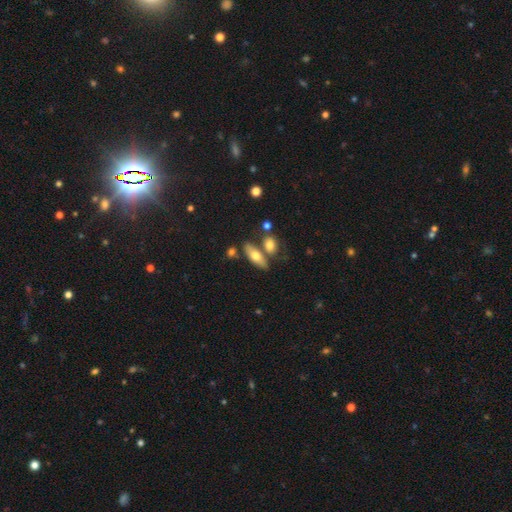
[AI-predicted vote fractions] A smooth galaxy with no disk features (64%) that is in between round and cigar-shaped (64%). Merging: none (64%).